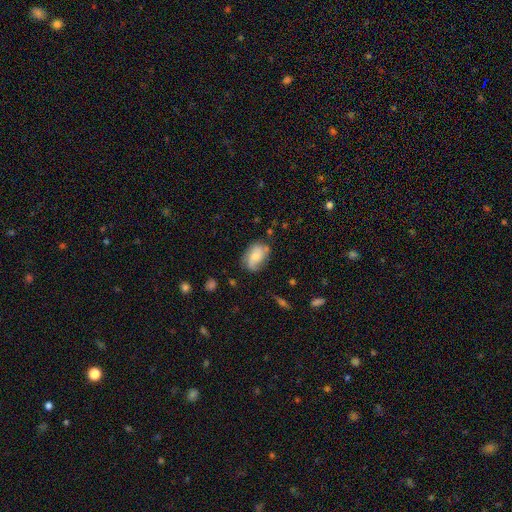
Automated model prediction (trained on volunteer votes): smooth_or_featured: smooth (p=0.56) [alt: featured or disk p=0.35]
how_rounded: in between (p=0.82) [alt: round p=0.16]
merging: none (p=0.60) [alt: minor disturbance p=0.28]